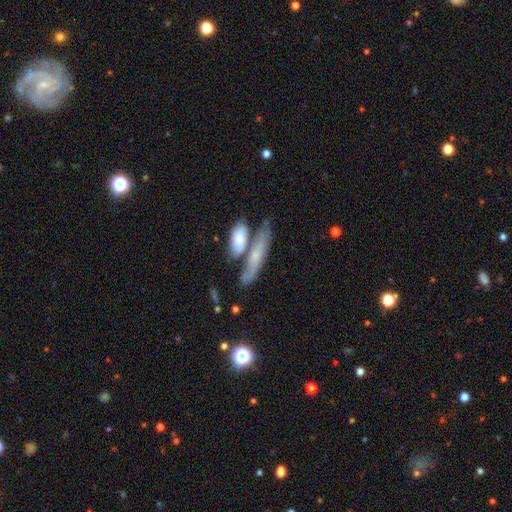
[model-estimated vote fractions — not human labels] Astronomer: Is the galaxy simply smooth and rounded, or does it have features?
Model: smooth — 51% (runner-up: featured or disk, 41%).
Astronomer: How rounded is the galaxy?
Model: cigar-shaped — 63%.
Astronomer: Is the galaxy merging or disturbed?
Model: none — 46% (runner-up: merger, 33%).